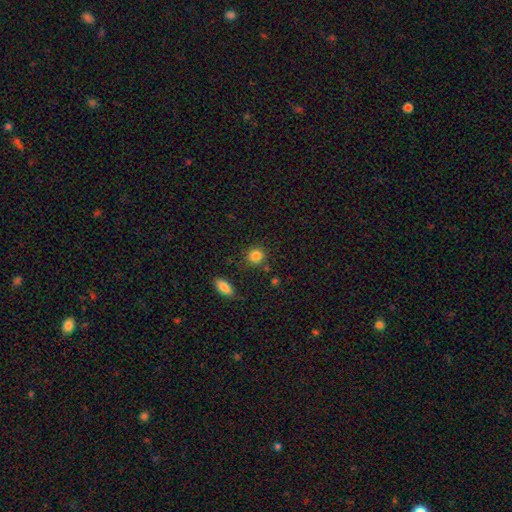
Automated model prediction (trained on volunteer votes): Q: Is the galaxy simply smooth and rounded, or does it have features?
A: smooth — 85%.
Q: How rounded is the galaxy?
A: round — 82%.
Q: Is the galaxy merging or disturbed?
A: none — 81%.